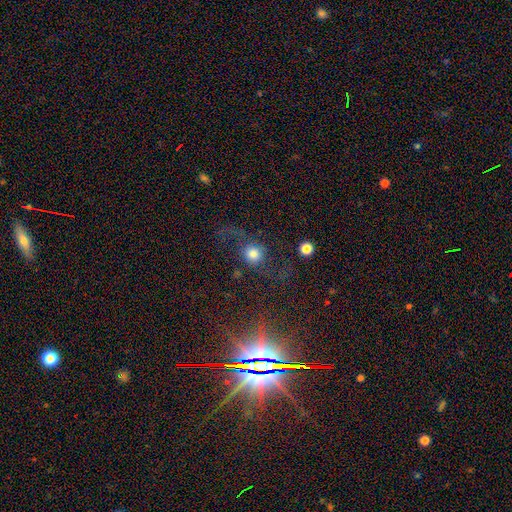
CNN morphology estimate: The model was most divided on "smooth or featured": star or artifact: 38%, featured or disk: 32%, smooth: 30%.